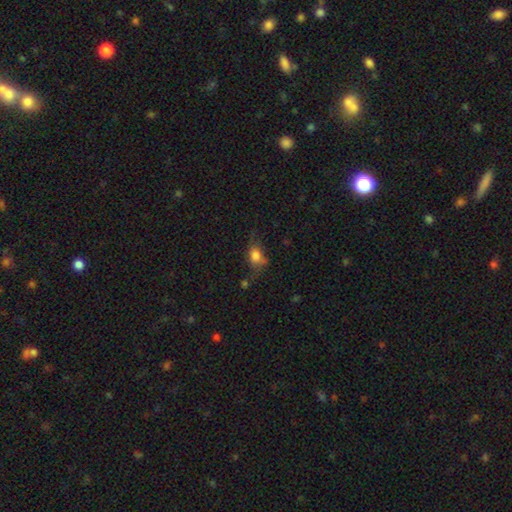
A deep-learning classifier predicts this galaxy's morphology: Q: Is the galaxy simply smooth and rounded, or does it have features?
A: smooth — 75%.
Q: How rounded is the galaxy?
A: in between — 69%.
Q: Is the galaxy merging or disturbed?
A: none — 48%.